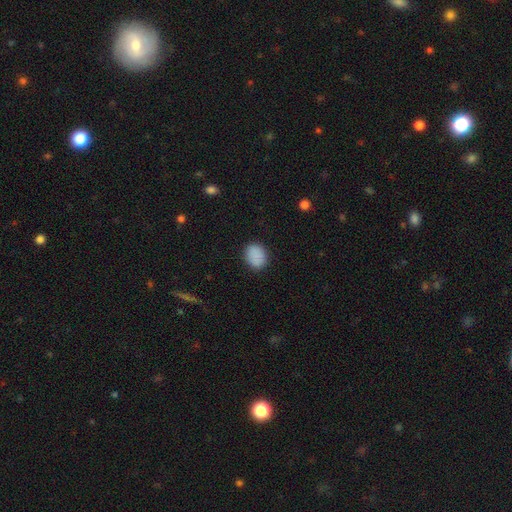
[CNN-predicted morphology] smooth-or-featured: smooth: 88% | star or artifact: 8% | featured or disk: 4%
  how-rounded: in between: 55% | round: 43% | cigar-shaped: 1%
  merging: none: 87% | minor disturbance: 10% | major disturbance: 3% | merger: 1%